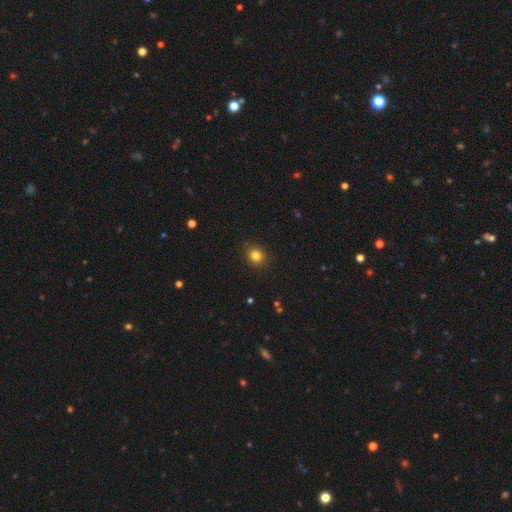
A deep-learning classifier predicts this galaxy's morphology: Overall: smooth (82%). How rounded: round (76%). Merging: none (89%).